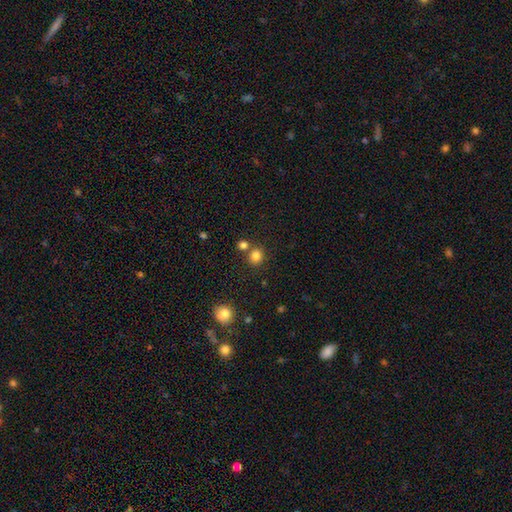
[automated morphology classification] A smooth galaxy with no disk features (82%) that is round (82%).

Vote fractions:
- Smooth or featured? smooth: 82% / star or artifact: 13% / featured or disk: 5%
- How rounded? round: 82% / in between: 17% / cigar-shaped: 1%
- Merging? none: 70% / merger: 18% / minor disturbance: 8% / major disturbance: 3%